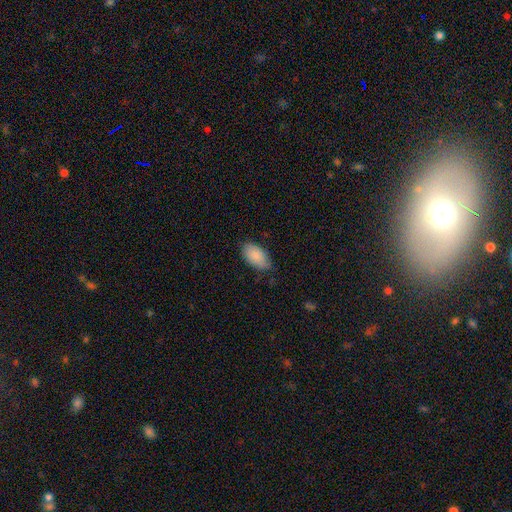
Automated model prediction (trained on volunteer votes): smooth 86%, featured or disk 8%, star or artifact 6%. Down the decision tree: how rounded — in between (95%); merging — none (76%).